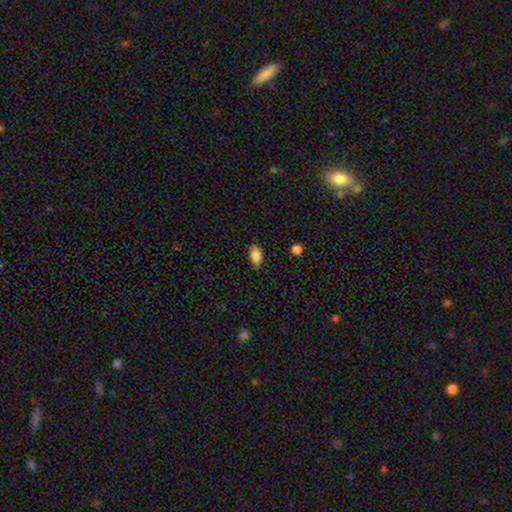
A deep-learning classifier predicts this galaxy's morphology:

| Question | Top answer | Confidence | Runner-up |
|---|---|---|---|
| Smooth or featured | smooth | 85% | star or artifact (8%) |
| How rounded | in between | 91% | round (6%) |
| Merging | none | 83% | minor disturbance (13%) |